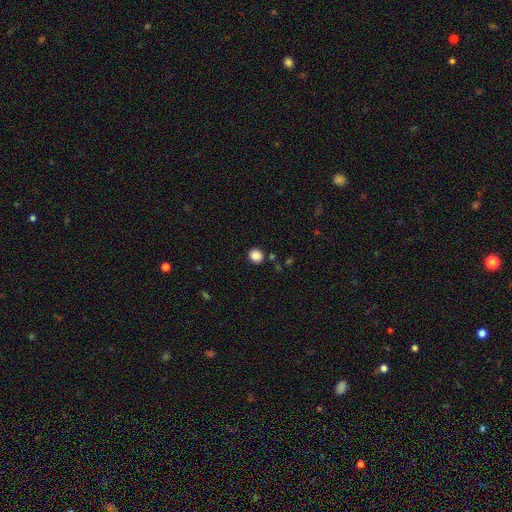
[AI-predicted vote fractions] Smooth or featured: smooth — 87% (star or artifact — 10%)
How rounded: round — 84% (in between — 15%)
Merging: none — 86% (minor disturbance — 8%)